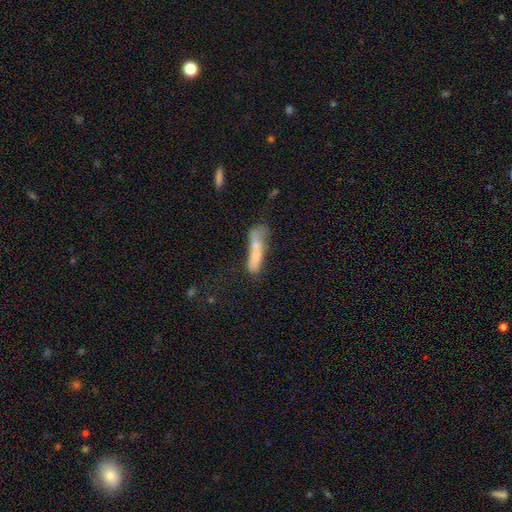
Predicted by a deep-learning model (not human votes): A smooth galaxy with no disk features (59%) that is cigar-shaped (78%). Merging: none (39%).